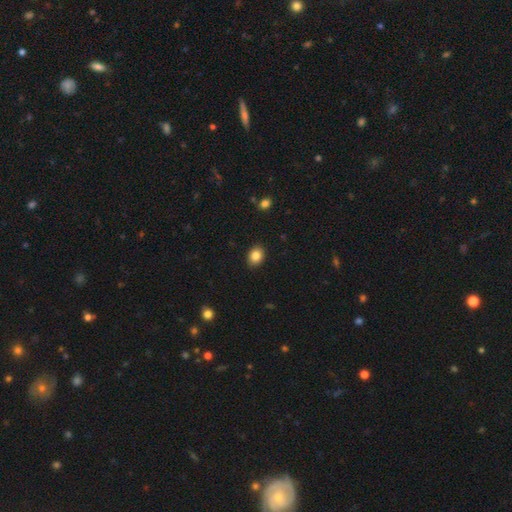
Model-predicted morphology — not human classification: Smooth or featured?
  - smooth: 85% *
  - star or artifact: 9%
  - featured or disk: 6%
How rounded?
  - in between: 58% *
  - round: 41%
  - cigar-shaped: 1%
Merging?
  - none: 89% *
  - minor disturbance: 8%
  - major disturbance: 2%
  - merger: 1%